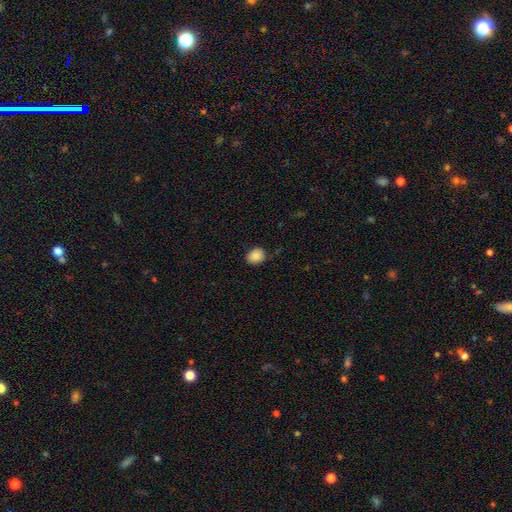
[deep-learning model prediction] Overall: smooth (88%). How rounded: round (58%; in between 41%). Merging: none (81%).